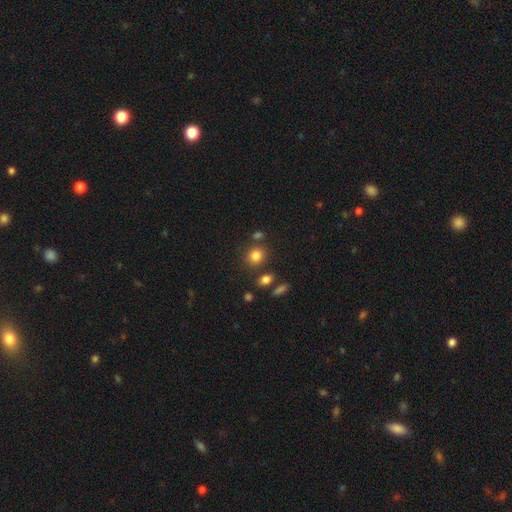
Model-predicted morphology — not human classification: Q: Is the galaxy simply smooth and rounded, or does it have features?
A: smooth — 82%.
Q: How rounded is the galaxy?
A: round — 78%.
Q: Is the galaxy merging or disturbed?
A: none — 76%.